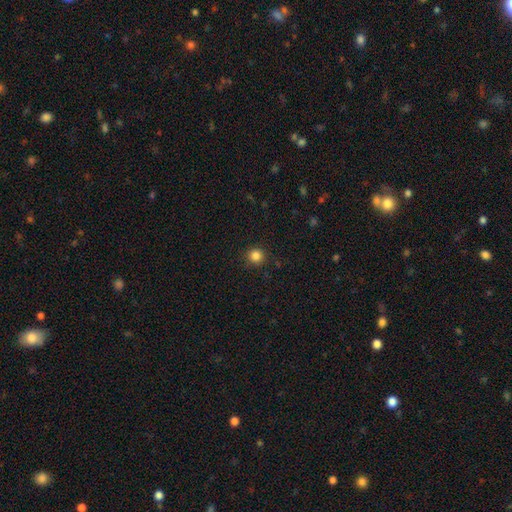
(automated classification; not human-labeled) smooth_or_featured: smooth (p=0.84) [alt: star or artifact p=0.12]
how_rounded: round (p=0.93) [alt: in between p=0.06]
merging: none (p=0.90) [alt: minor disturbance p=0.07]